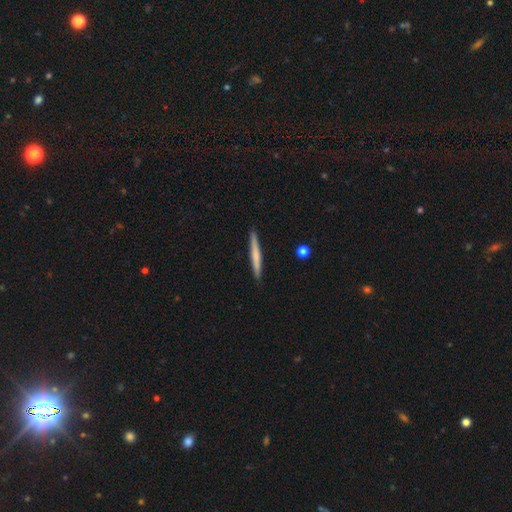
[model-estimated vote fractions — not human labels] Smooth or featured? Predicted: smooth (p=0.58). How rounded? Predicted: cigar-shaped (p=0.97). Merging? Predicted: none (p=0.91).